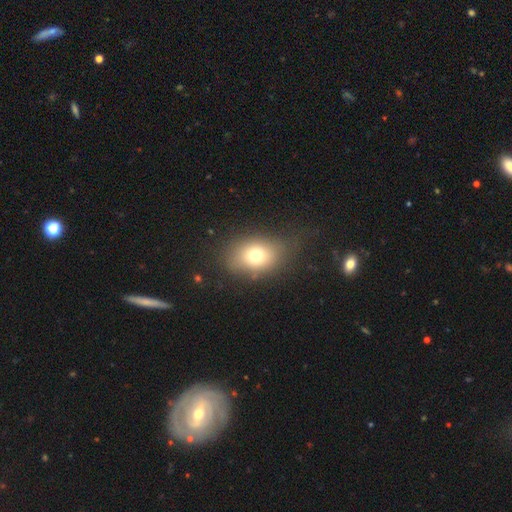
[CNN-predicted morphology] This is likely a smooth galaxy (73%). How rounded: likely in between (66%). Merging: likely none (66%).